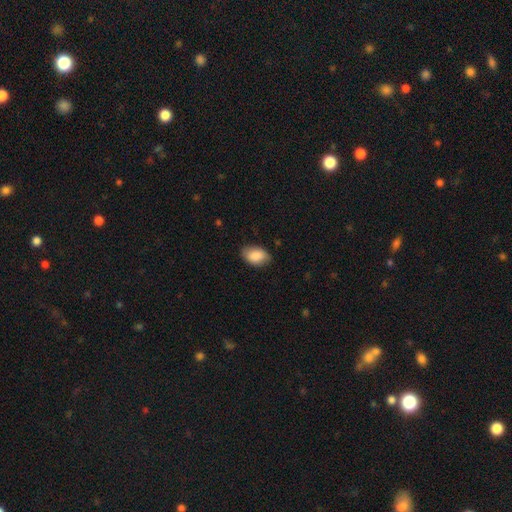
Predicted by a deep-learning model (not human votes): This appears to be a smooth galaxy with no disk features (88%) that is in between round and cigar-shaped (90%). Merging: none (80%).